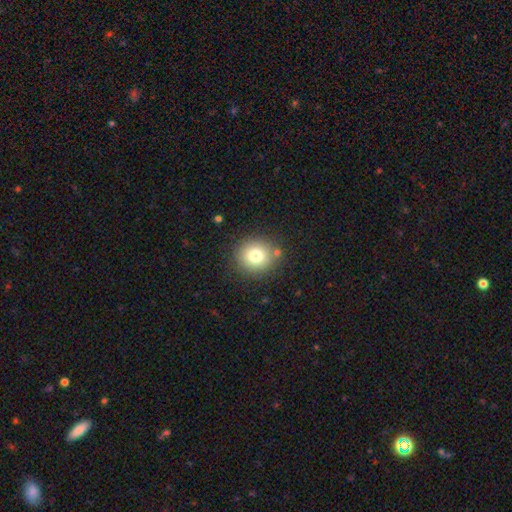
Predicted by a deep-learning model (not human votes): This appears to be a smooth galaxy with no disk features (77%) that is round (88%). Merging: none (84%).